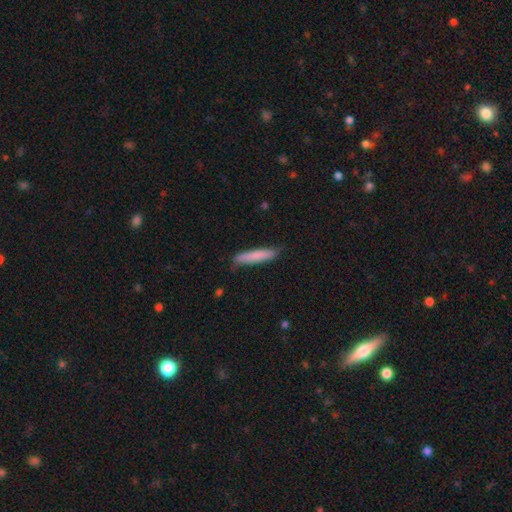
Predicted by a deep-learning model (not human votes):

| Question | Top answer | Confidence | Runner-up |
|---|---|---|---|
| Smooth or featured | smooth | 81% | featured or disk (13%) |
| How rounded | cigar-shaped | 90% | in between (9%) |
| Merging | none | 82% | minor disturbance (14%) |